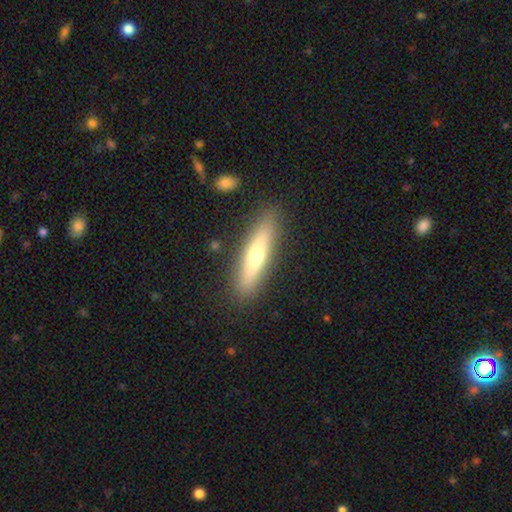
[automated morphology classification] Smooth or featured? smooth (55%)
How rounded? cigar-shaped (80%)
Merging? none (88%)